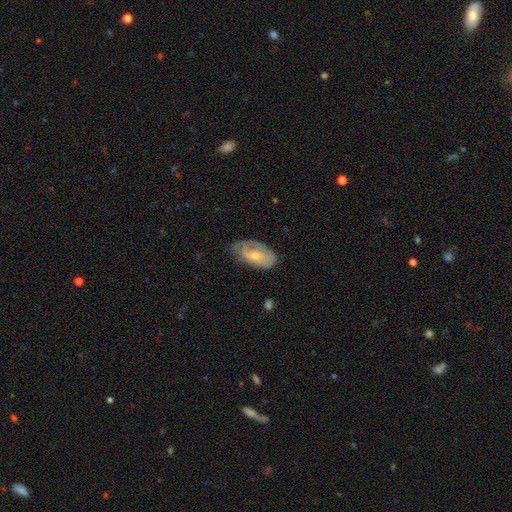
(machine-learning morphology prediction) type=featured or disk (49%); merging=none (56%).